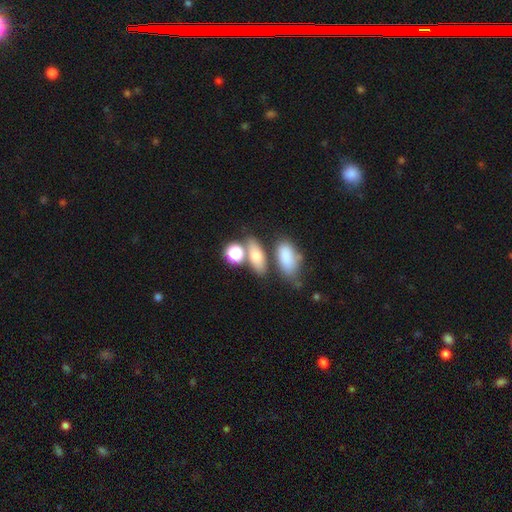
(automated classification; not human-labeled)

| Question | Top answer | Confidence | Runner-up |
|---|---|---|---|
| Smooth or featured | smooth | 72% | featured or disk (18%) |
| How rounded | in between | 69% | cigar-shaped (16%) |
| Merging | none | 60% | merger (22%) |